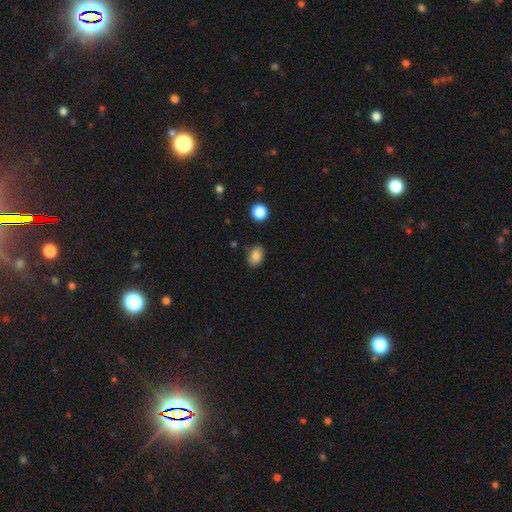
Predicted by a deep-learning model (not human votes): This is clearly a smooth galaxy (85%). How rounded: likely in between (77%). Merging: clearly none (82%).